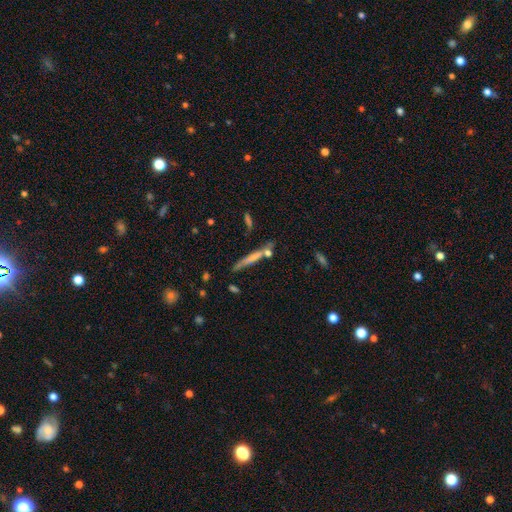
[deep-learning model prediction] This appears to be a featured or disk galaxy (48%). Merging: none (75%).